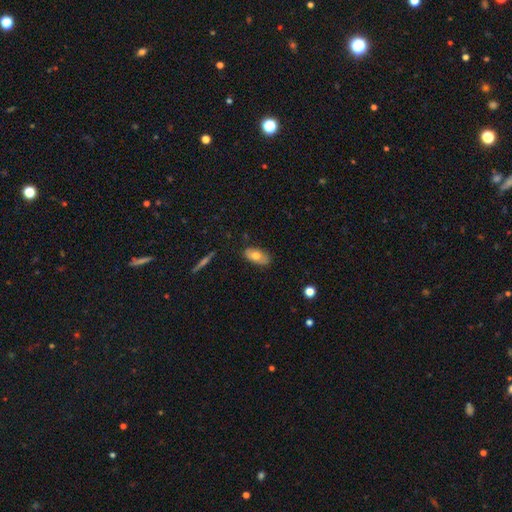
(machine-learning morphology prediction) Smooth or featured? smooth (71%)
How rounded? in between (90%)
Merging? none (80%)